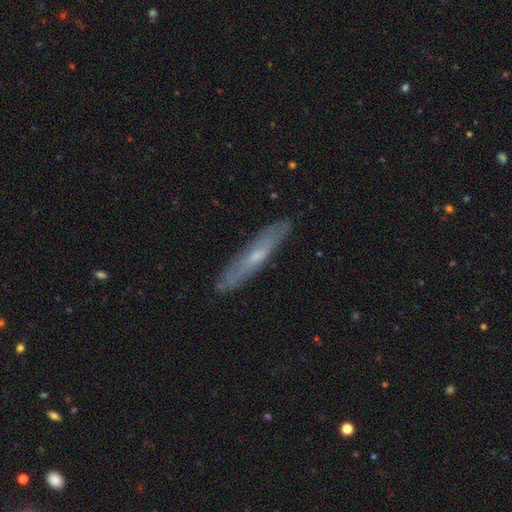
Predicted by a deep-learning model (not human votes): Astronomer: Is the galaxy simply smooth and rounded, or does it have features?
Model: featured or disk — 54% (runner-up: smooth, 39%).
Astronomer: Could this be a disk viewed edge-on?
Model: yes — 72%.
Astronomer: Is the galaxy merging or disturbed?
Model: none — 86%.